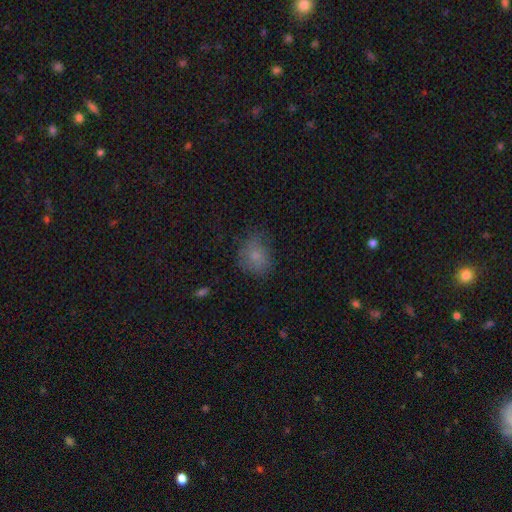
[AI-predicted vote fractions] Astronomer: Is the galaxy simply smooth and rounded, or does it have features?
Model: smooth — 74%.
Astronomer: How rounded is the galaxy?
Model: round — 59% (runner-up: in between, 40%).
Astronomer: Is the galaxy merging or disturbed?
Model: none — 57%.